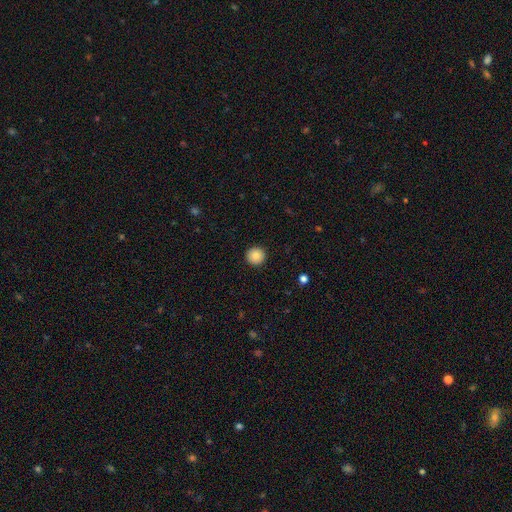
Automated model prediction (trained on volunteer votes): A smooth galaxy with no disk features (86%) that is round (95%). Merging: none (93%).